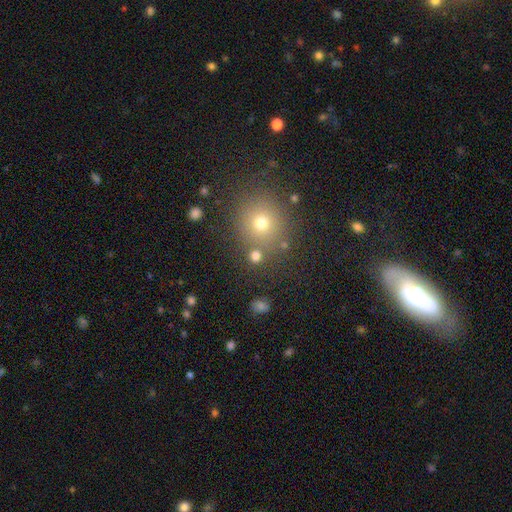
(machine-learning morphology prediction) Smooth or featured: smooth — 72% (star or artifact — 21%)
How rounded: round — 88% (in between — 11%)
Merging: none — 76% (merger — 13%)